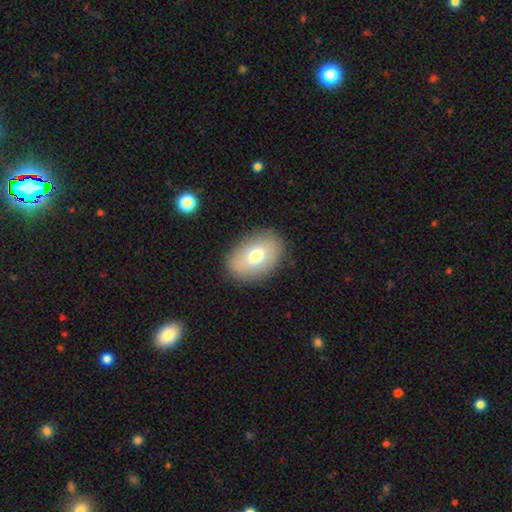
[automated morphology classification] A smooth galaxy with no disk features (70%) that is in between round and cigar-shaped (86%). Merging: none (86%).